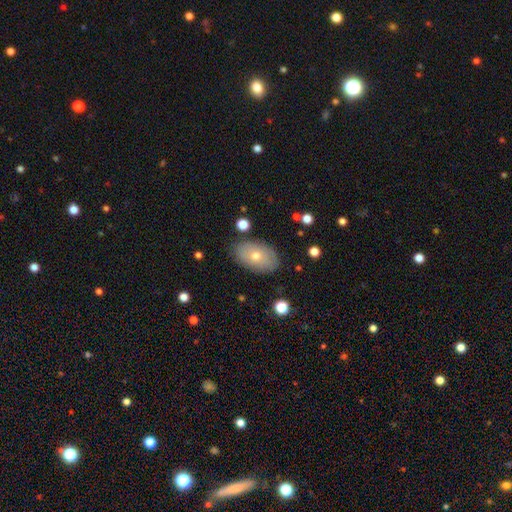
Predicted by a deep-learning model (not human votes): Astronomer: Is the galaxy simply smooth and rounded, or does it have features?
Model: smooth — 61%.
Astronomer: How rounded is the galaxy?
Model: in between — 90%.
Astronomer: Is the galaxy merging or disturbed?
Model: none — 84%.